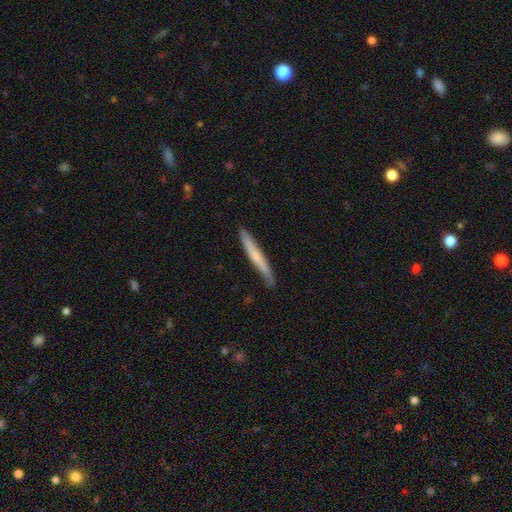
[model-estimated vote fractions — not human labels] The model was most divided on "smooth or featured": smooth: 54%, featured or disk: 41%, star or artifact: 5%. More confident: how rounded — cigar-shaped (96%); merging — none (78%).